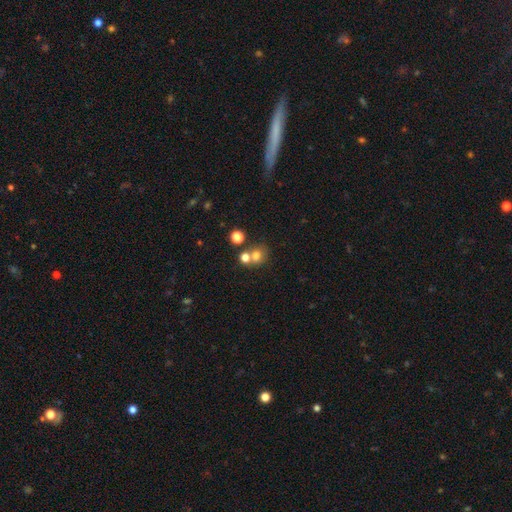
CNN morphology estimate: Smooth or featured? Predicted: smooth (p=0.72). How rounded? Predicted: round (p=0.73). Merging? Predicted: none (p=0.45).